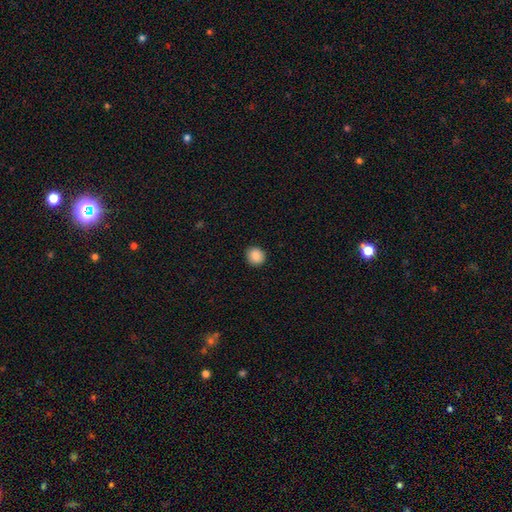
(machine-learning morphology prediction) type=smooth (88%); roundness=round (90%); merging=none (91%).